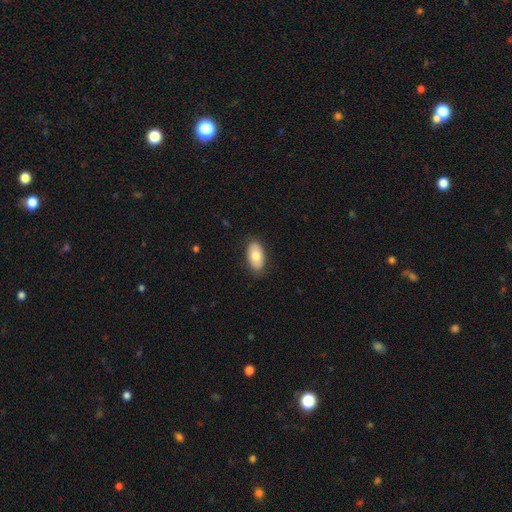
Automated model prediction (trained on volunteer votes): Smooth or featured?
  - smooth: 76% *
  - featured or disk: 18%
  - star or artifact: 6%
How rounded?
  - in between: 94% *
  - round: 4%
  - cigar-shaped: 2%
Merging?
  - none: 85% *
  - minor disturbance: 11%
  - major disturbance: 2%
  - merger: 1%